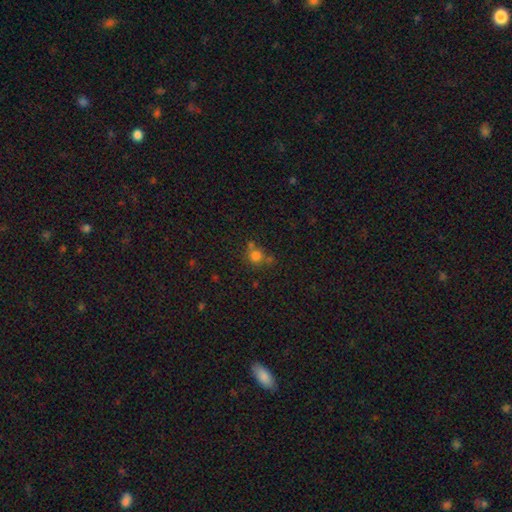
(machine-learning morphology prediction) The model was most divided on "merging": none: 58%, merger: 26%, minor disturbance: 12%, major disturbance: 5%. More confident: how rounded — round (87%); smooth or featured — smooth (75%).